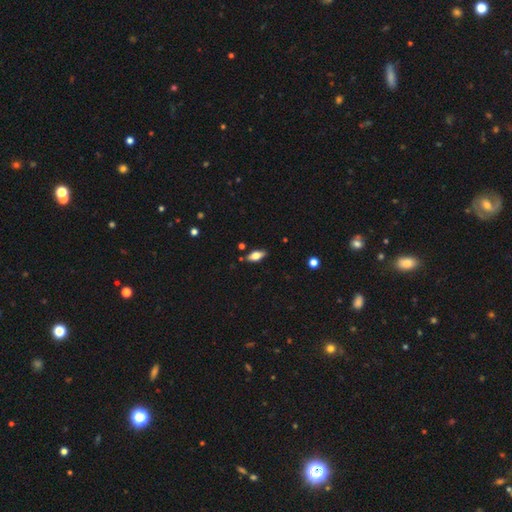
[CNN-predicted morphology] smooth_or_featured: smooth (p=0.65) [alt: featured or disk p=0.27]
how_rounded: in between (p=0.83) [alt: cigar-shaped p=0.14]
merging: none (p=0.84) [alt: minor disturbance p=0.12]